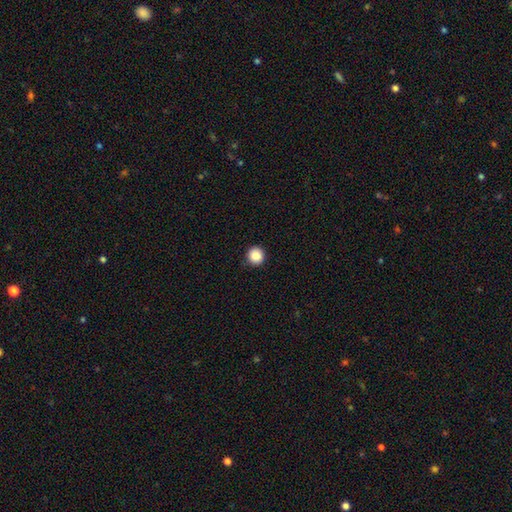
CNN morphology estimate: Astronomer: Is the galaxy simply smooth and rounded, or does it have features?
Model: smooth — 87%.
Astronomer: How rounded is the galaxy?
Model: round — 95%.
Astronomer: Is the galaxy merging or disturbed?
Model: none — 90%.